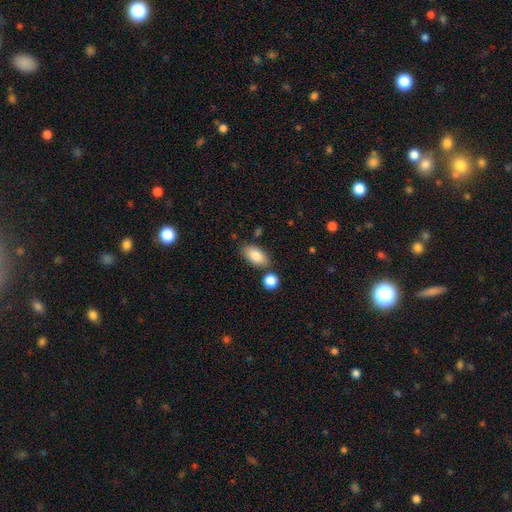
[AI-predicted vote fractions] Smooth or featured? Predicted: smooth (p=0.83). How rounded? Predicted: in between (p=0.92). Merging? Predicted: none (p=0.78).